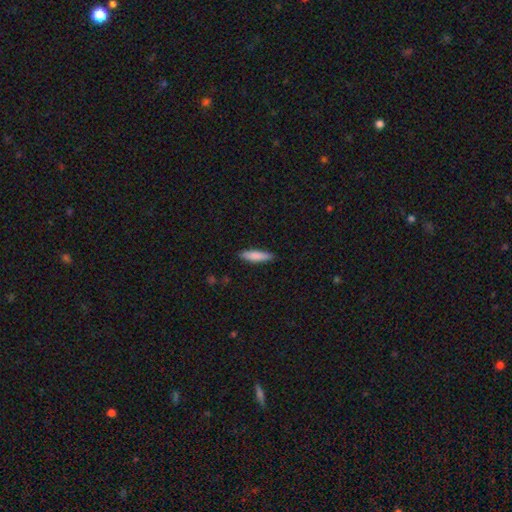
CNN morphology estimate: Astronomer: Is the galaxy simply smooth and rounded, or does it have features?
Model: smooth — 84%.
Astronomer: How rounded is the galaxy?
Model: cigar-shaped — 73%.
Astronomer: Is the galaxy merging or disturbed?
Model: none — 88%.